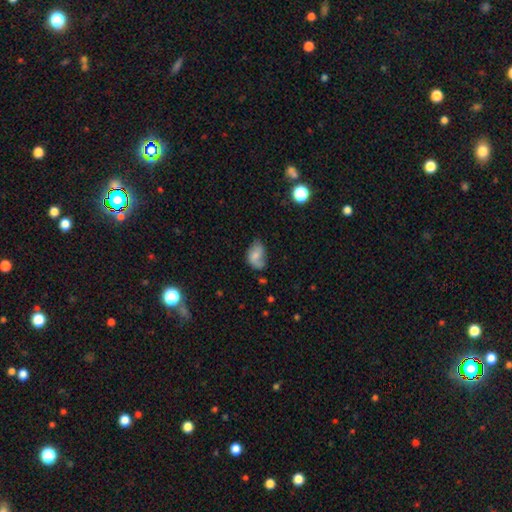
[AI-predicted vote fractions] A smooth galaxy with no disk features (63%) that is in between round and cigar-shaped (85%).

Vote fractions:
- Smooth or featured? smooth: 63% / featured or disk: 28% / star or artifact: 9%
- How rounded? in between: 85% / round: 13% / cigar-shaped: 2%
- Merging? none: 46% / minor disturbance: 36% / major disturbance: 14% / merger: 3%